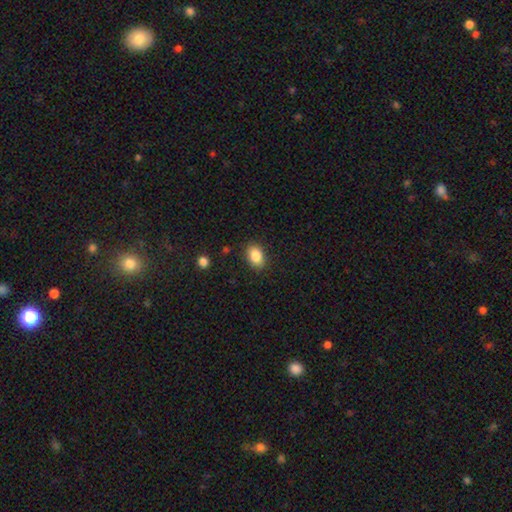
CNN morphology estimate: Overall: smooth (86%). How rounded: in between (80%). Merging: none (86%).